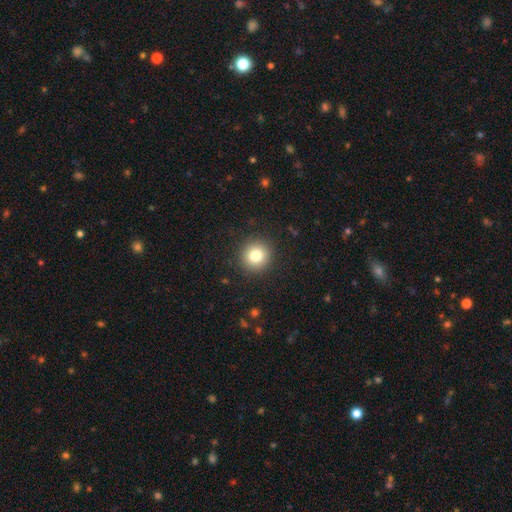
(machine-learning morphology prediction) Smooth or featured?
  - smooth: 80% *
  - star or artifact: 11%
  - featured or disk: 9%
How rounded?
  - round: 92% *
  - in between: 7%
  - cigar-shaped: 1%
Merging?
  - none: 91% *
  - minor disturbance: 6%
  - major disturbance: 2%
  - merger: 1%